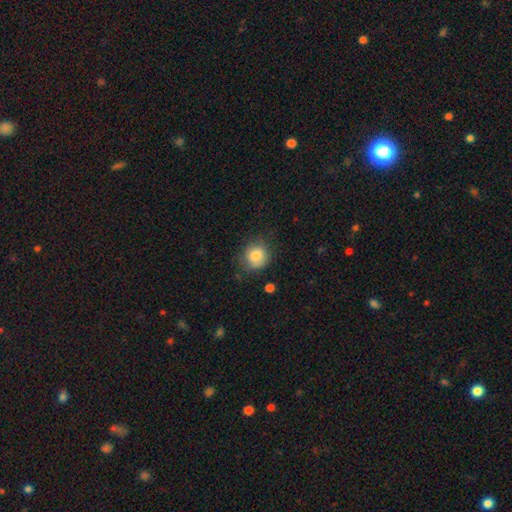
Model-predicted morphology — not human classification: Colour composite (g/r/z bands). It shows a smooth galaxy with no disk features (82%) that is round (81%). Merging: none (73%).